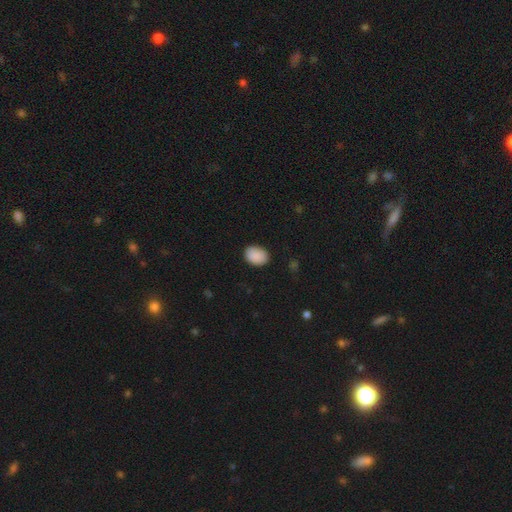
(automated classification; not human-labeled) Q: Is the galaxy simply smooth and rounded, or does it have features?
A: smooth — 90%.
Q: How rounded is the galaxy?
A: in between — 73%.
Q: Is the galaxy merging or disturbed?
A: none — 88%.